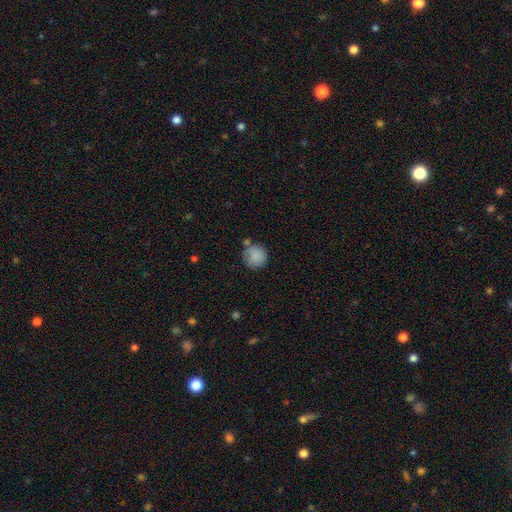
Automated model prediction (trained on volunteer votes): This is clearly a smooth galaxy (86%). How rounded: clearly round (92%). Merging: likely none (70%).